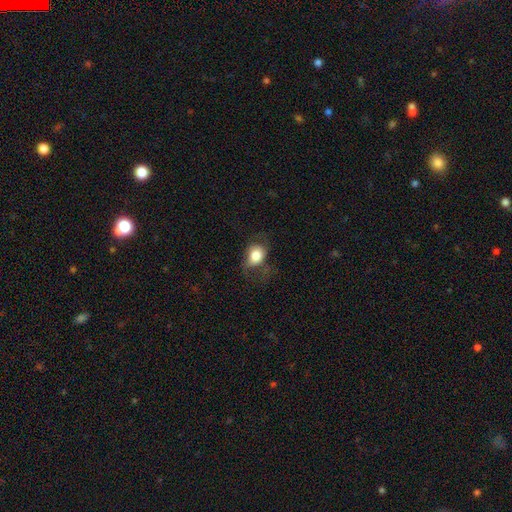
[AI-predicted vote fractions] Morphology: type=smooth (76%); roundness=in between (55%); merging=none (45%).